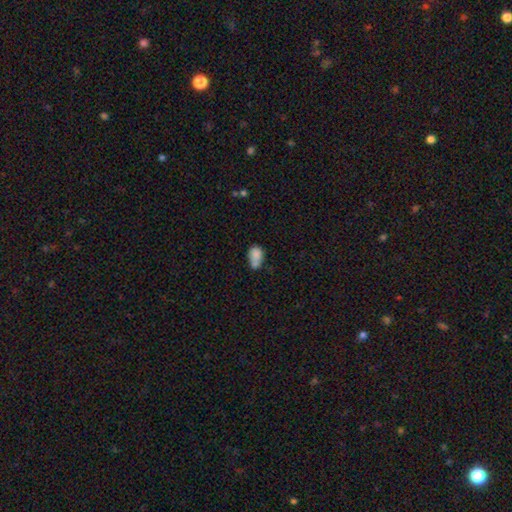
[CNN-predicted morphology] type=smooth (79%); roundness=in between (74%); merging=merger (41%).